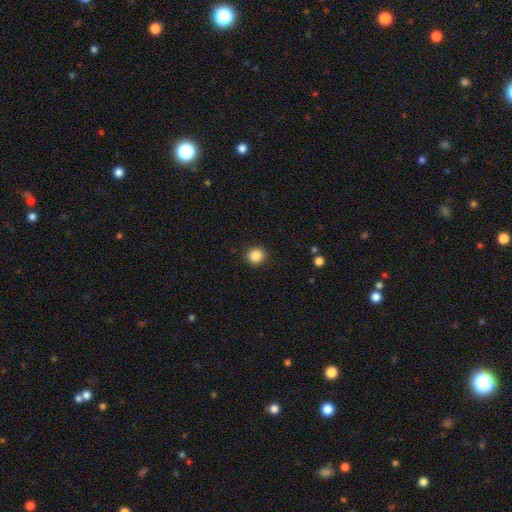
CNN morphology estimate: Overall: smooth (87%). How rounded: round (90%). Merging: none (90%).